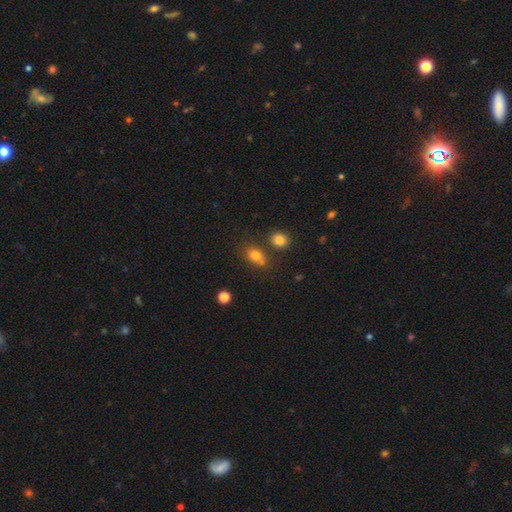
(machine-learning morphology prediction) A smooth galaxy with no disk features (77%) that is in between round and cigar-shaped (53%).

Vote fractions:
- Smooth or featured? smooth: 77% / star or artifact: 14% / featured or disk: 9%
- How rounded? in between: 53% / round: 46% / cigar-shaped: 2%
- Merging? none: 57% / merger: 24% / minor disturbance: 14% / major disturbance: 5%